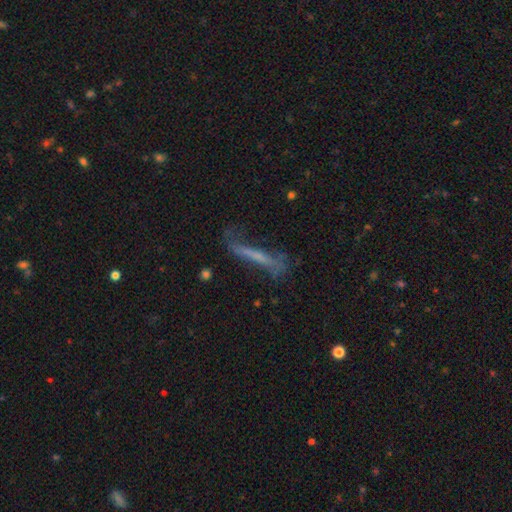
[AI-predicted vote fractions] This appears to be a featured or disk galaxy (48%). Merging: none (48%).